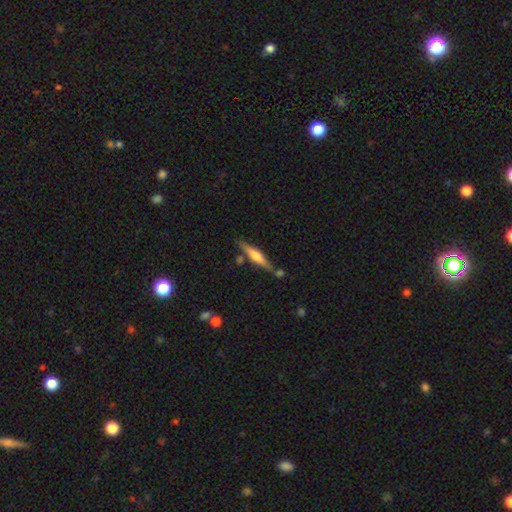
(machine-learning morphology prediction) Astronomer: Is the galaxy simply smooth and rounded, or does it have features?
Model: featured or disk — 58% (runner-up: smooth, 35%).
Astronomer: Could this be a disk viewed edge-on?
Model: yes — 96%.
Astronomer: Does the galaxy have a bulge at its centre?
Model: rounded — 74%.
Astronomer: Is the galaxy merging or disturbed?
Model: none — 76%.